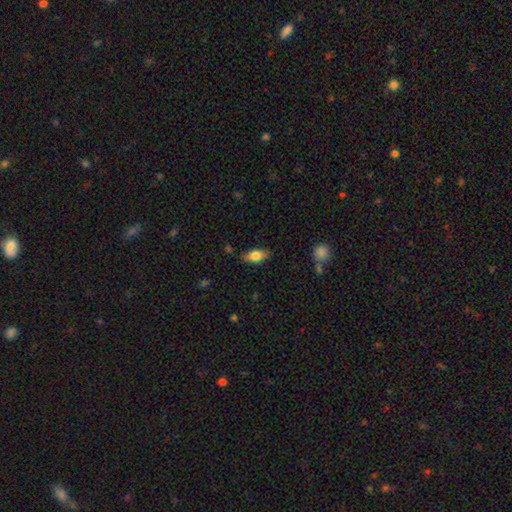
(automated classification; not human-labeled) This appears to be a smooth galaxy with no disk features (74%) that is in between round and cigar-shaped (86%). Merging: none (82%).